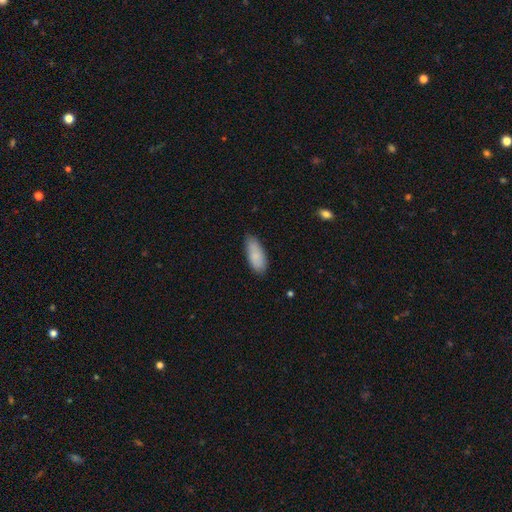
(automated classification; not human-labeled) Smooth or featured? smooth (86%)
How rounded? in between (80%)
Merging? none (77%)